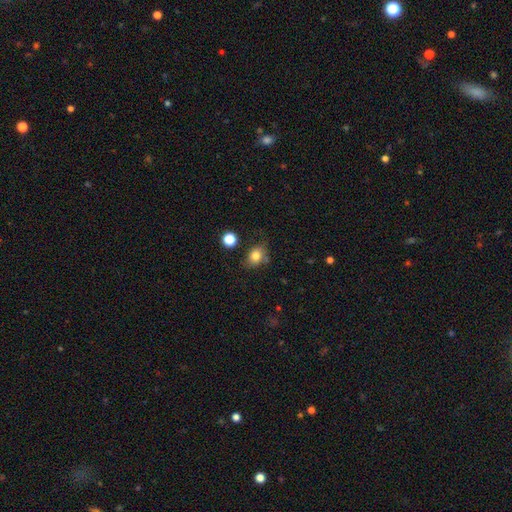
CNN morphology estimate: smooth 80%, star or artifact 11%, featured or disk 9%. Down the decision tree: how rounded — in between (60%); merging — none (67%).